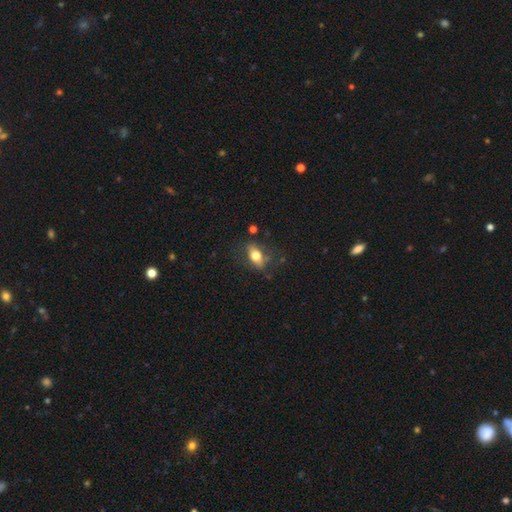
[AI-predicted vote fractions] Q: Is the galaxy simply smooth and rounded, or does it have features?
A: smooth — 67%.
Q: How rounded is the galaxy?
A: in between — 81%.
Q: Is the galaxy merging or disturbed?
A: none — 69%.